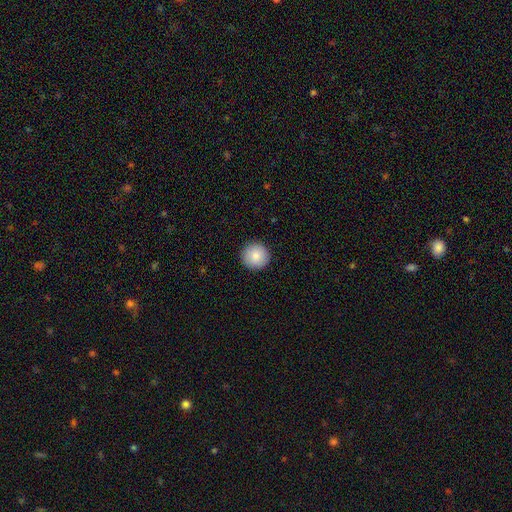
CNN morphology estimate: This appears to be a smooth galaxy with no disk features (85%) that is round (96%). Merging: none (92%).